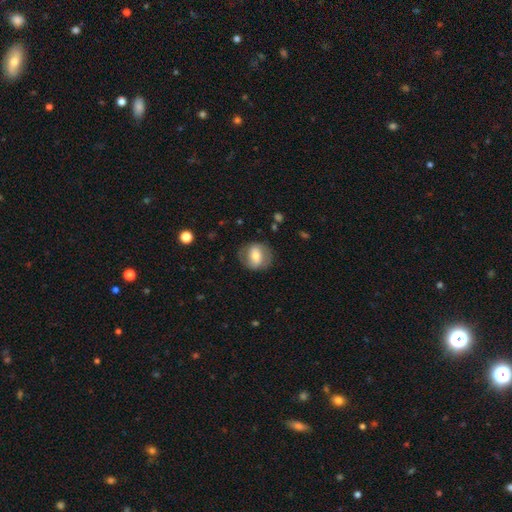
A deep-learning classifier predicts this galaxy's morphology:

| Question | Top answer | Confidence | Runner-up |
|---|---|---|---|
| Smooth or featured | smooth | 54% | featured or disk (38%) |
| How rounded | round | 63% | in between (35%) |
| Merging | none | 77% | minor disturbance (14%) |